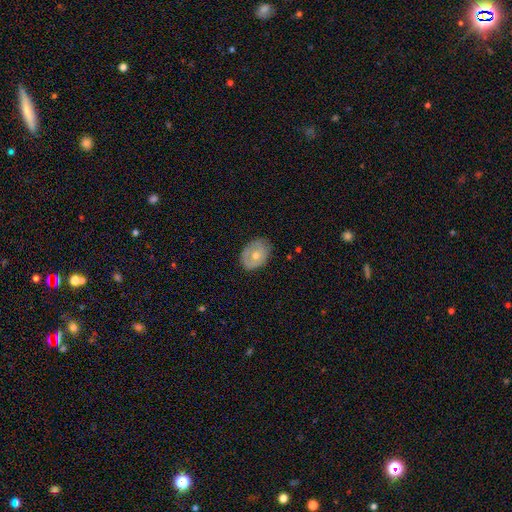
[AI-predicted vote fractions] This is possibly a smooth galaxy (50%). How rounded: likely in between (69%). Merging: likely none (76%).